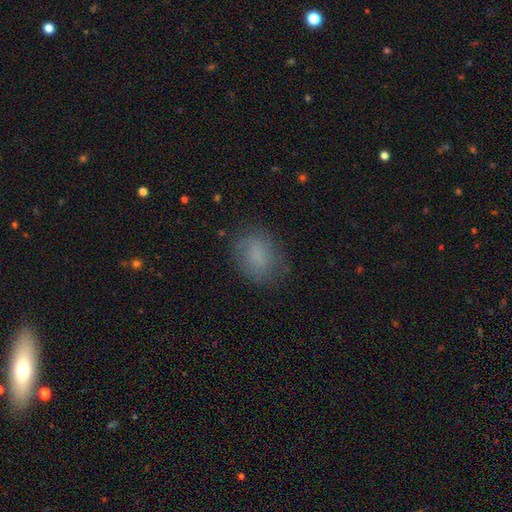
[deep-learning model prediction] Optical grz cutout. It shows a smooth galaxy with no disk features (77%) that is in between round and cigar-shaped (67%). Merging: none (77%).